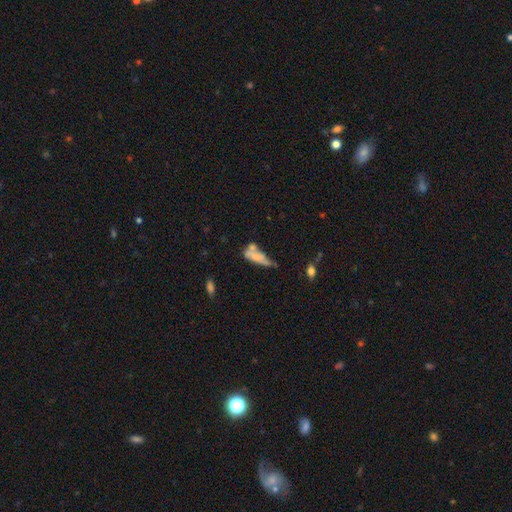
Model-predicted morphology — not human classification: smooth_or_featured: smooth (p=0.61) [alt: featured or disk p=0.29]
how_rounded: in between (p=0.57) [alt: cigar-shaped p=0.40]
merging: merger (p=0.31) [alt: minor disturbance p=0.24]